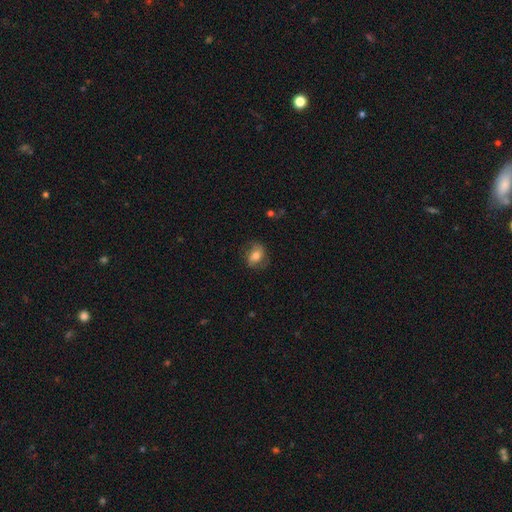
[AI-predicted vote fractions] A smooth galaxy with no disk features (63%) that is in between round and cigar-shaped (62%). Merging: none (70%).